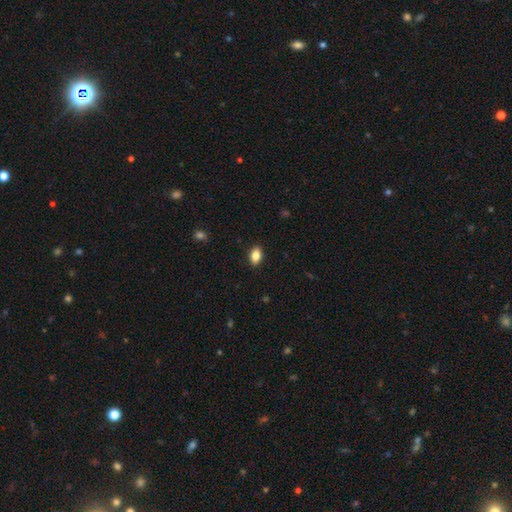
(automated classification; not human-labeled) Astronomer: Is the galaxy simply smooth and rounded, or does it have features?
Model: smooth — 85%.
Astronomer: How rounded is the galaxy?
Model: in between — 85%.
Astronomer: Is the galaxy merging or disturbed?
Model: none — 89%.